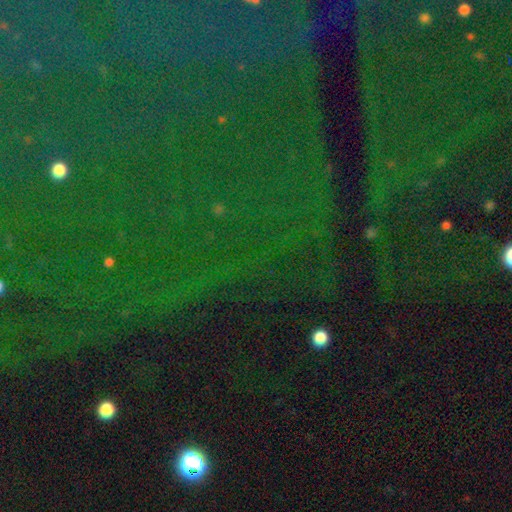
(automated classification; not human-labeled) A star or artifact, not a galaxy (84%).